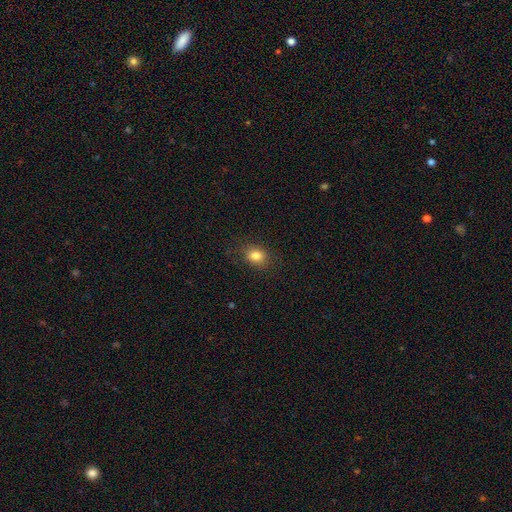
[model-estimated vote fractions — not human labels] smooth-or-featured: smooth: 83% | star or artifact: 11% | featured or disk: 6%
  how-rounded: in between: 52% | round: 47% | cigar-shaped: 1%
  merging: none: 82% | minor disturbance: 12% | major disturbance: 4% | merger: 1%